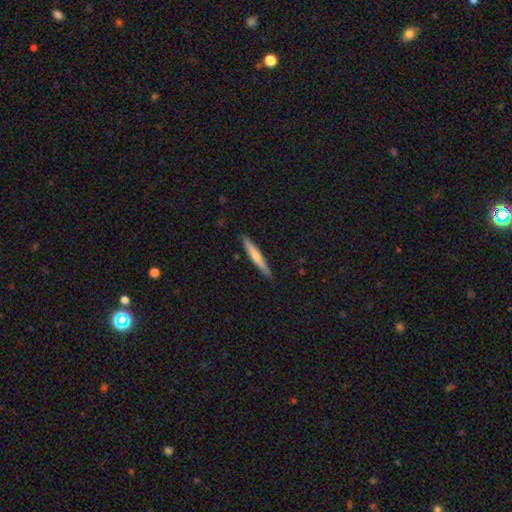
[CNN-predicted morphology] smooth 62%, featured or disk 32%, star or artifact 5%. Down the decision tree: how rounded — cigar-shaped (95%); merging — none (89%).